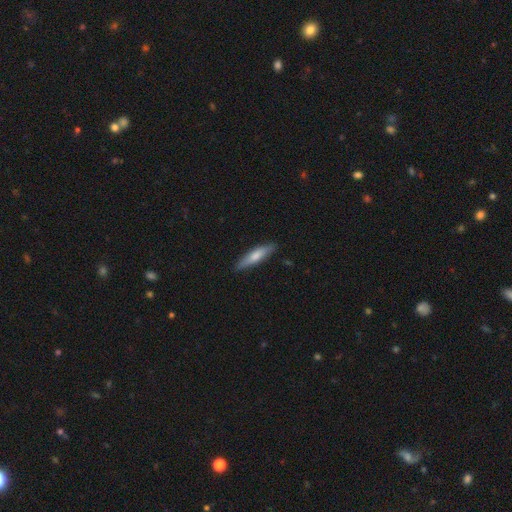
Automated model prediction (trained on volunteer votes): The model was most divided on "smooth or featured": smooth: 66%, featured or disk: 29%, star or artifact: 5%. More confident: merging — none (87%); how rounded — cigar-shaped (80%).